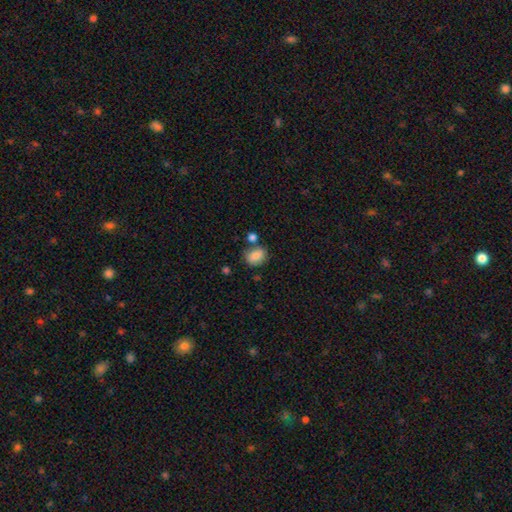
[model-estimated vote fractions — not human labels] Smooth or featured? Predicted: smooth (p=0.83). How rounded? Predicted: in between (p=0.55). Merging? Predicted: none (p=0.65).